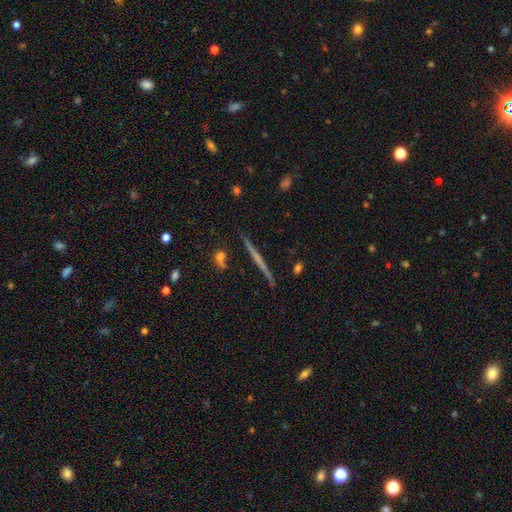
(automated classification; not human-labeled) This appears to be a featured or disk galaxy (65%) viewed edge-on (98%) with no central bulge (69%). Merging: none (91%).